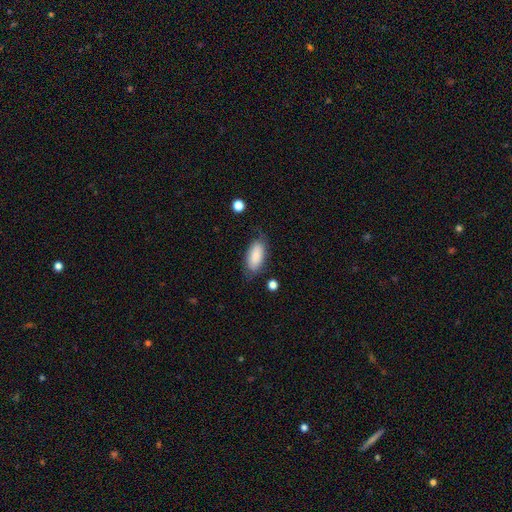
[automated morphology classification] This appears to be a smooth galaxy with no disk features (84%) that is in between round and cigar-shaped (87%). Merging: none (74%).